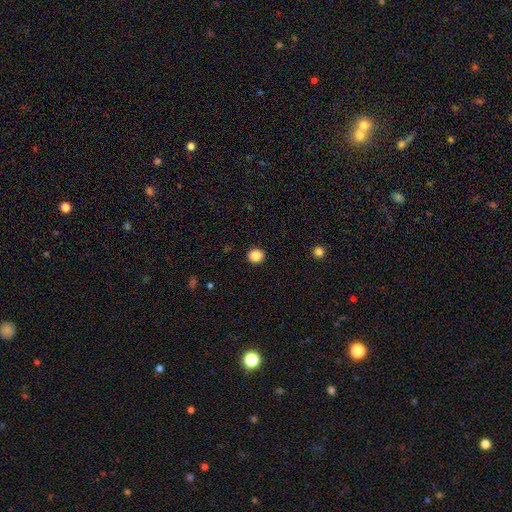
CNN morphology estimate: type=smooth (87%); roundness=round (87%); merging=none (92%).